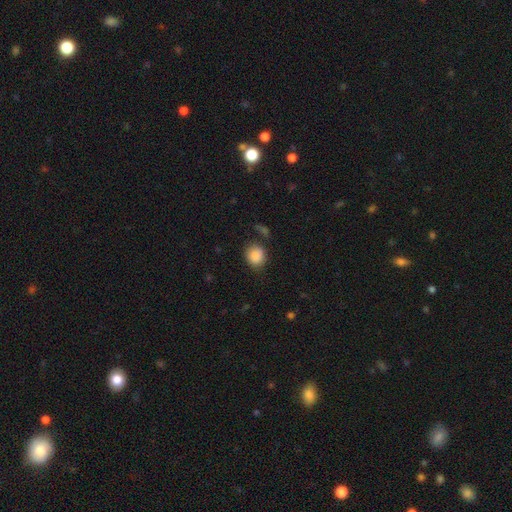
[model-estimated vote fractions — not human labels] The model was most divided on "how rounded": round: 77%, in between: 22%, cigar-shaped: 1%. More confident: smooth or featured — smooth (88%); merging — none (73%).